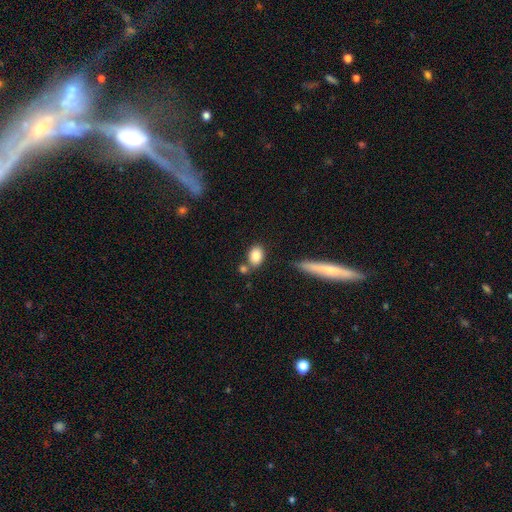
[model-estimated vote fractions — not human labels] Smooth or featured?
  - smooth: 84% *
  - featured or disk: 8%
  - star or artifact: 8%
How rounded?
  - in between: 74% *
  - round: 24%
  - cigar-shaped: 3%
Merging?
  - none: 67% *
  - merger: 17%
  - minor disturbance: 13%
  - major disturbance: 4%